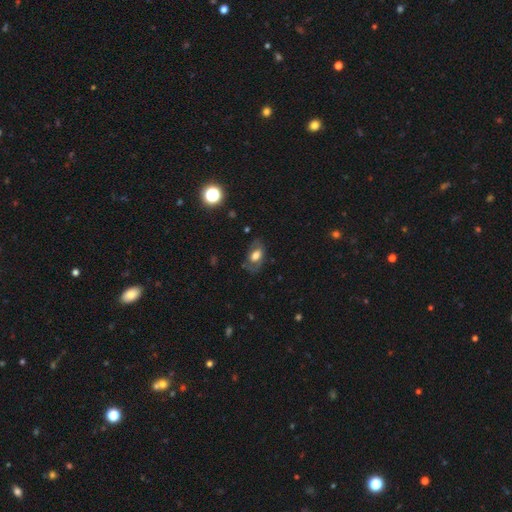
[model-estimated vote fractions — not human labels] Overall: smooth (52%; featured or disk 39%). How rounded: in between (87%). Merging: none (66%).